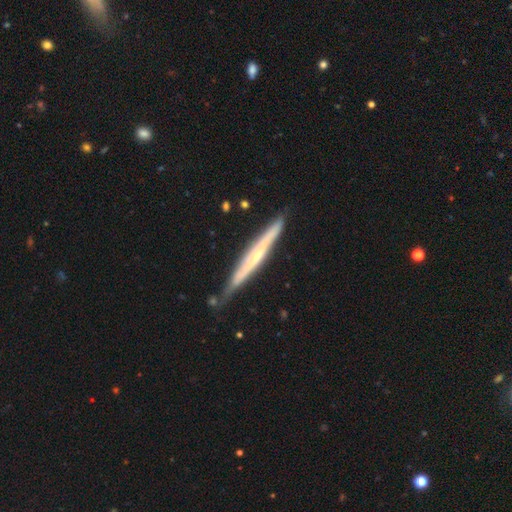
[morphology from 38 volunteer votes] smooth_or_featured: featured or disk (p=0.74) [alt: smooth p=0.26]
disk_edge_on: yes (p=1.00)
edge_on_bulge: rounded (p=0.54) [alt: none p=0.43]
merging: none (p=0.84) [alt: minor disturbance p=0.16]